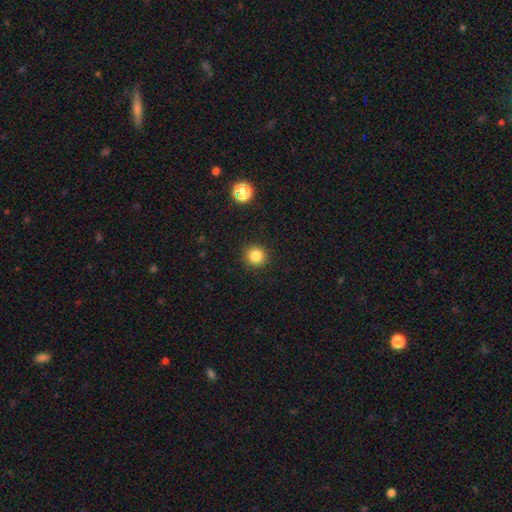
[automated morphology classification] smooth 84%, star or artifact 12%, featured or disk 4%. Down the decision tree: how rounded — round (94%); merging — none (92%).